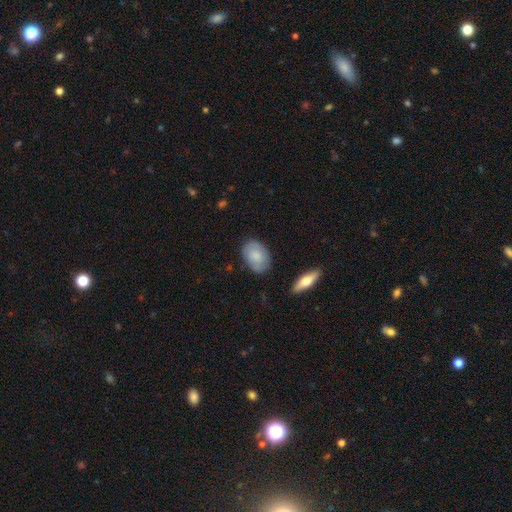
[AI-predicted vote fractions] Smooth or featured: smooth — 78% (featured or disk — 16%)
How rounded: in between — 88% (round — 10%)
Merging: none — 80% (minor disturbance — 15%)